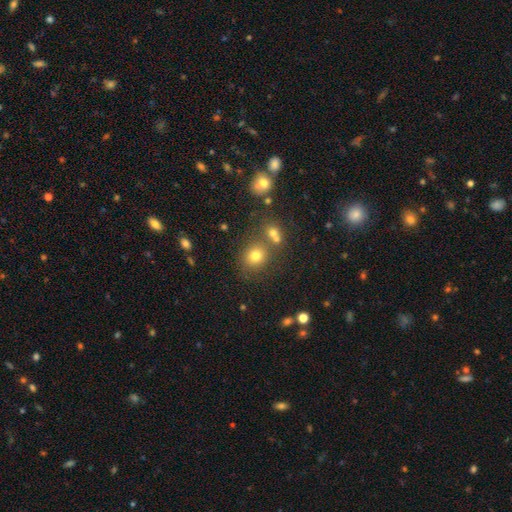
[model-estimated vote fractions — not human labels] Q: Smooth or featured?
A: smooth (74%); runner-up: star or artifact (16%)
Q: How rounded?
A: round (74%); runner-up: in between (25%)
Q: Merging?
A: none (69%); runner-up: merger (15%)